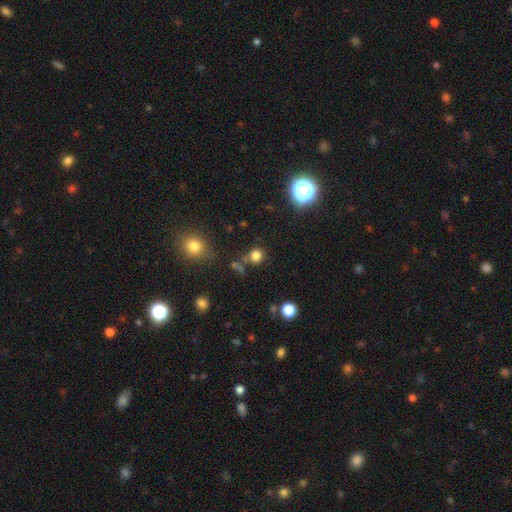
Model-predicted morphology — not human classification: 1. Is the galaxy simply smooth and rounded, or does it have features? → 77% smooth, 18% star or artifact, 5% featured or disk.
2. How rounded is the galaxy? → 84% round, 15% in between, 1% cigar-shaped.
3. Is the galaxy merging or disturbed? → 72% none, 12% minor disturbance, 11% merger, 5% major disturbance.